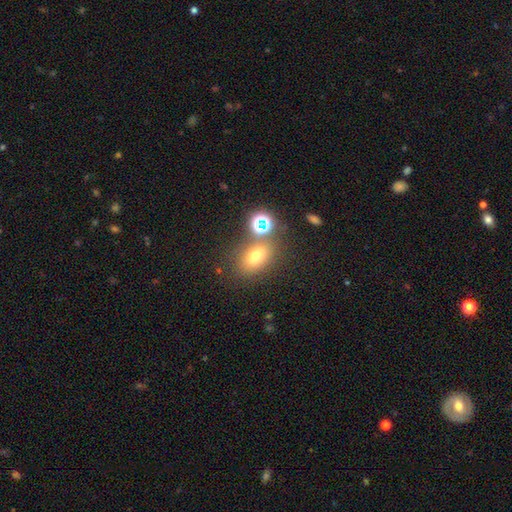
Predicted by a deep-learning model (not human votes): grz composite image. It shows a smooth galaxy with no disk features (64%) that is in between round and cigar-shaped (68%). Merging: none (65%).